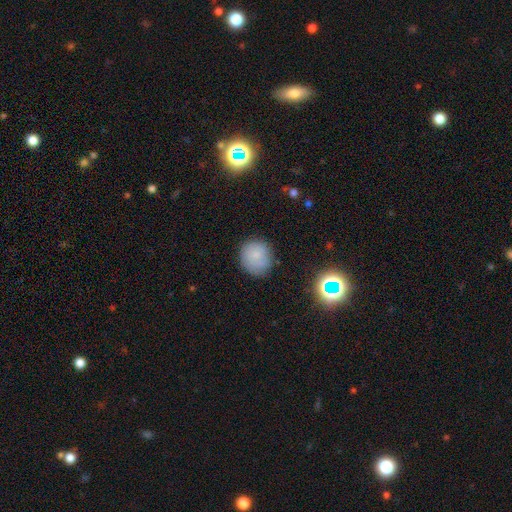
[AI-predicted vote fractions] The model was most divided on "merging": none: 79%, minor disturbance: 15%, major disturbance: 4%, merger: 2%. More confident: how rounded — round (85%); smooth or featured — smooth (79%).